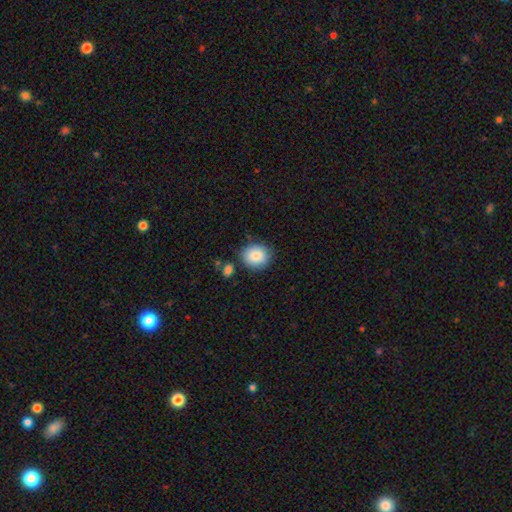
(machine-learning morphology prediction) smooth-or-featured: smooth: 86% | star or artifact: 8% | featured or disk: 7%
  how-rounded: round: 76% | in between: 23% | cigar-shaped: 1%
  merging: none: 78% | minor disturbance: 13% | merger: 6% | major disturbance: 3%